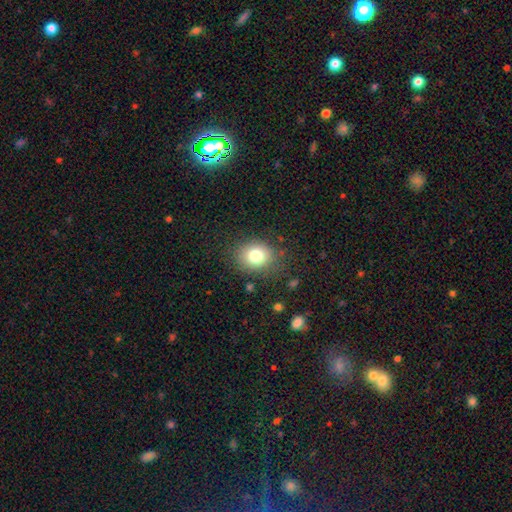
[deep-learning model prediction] Morphology: type=smooth (79%); roundness=round (66%); merging=none (82%).